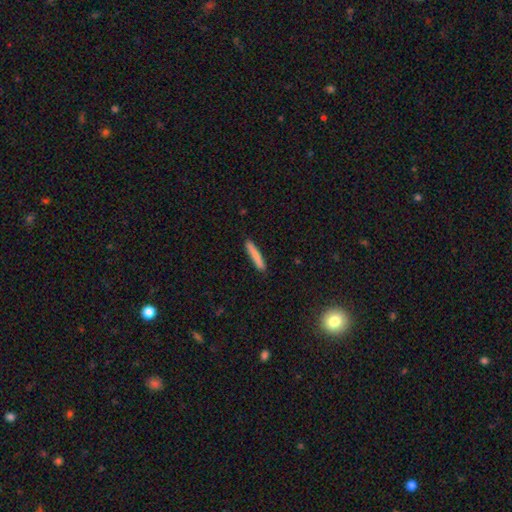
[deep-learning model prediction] A smooth galaxy with no disk features (81%) that is cigar-shaped (94%). Merging: none (89%).